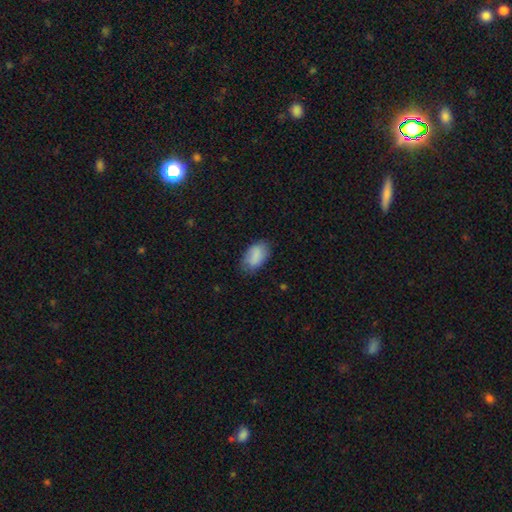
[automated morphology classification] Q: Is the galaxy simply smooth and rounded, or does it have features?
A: smooth — 82%.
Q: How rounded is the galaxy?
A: in between — 92%.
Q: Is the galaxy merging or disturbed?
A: none — 72%.